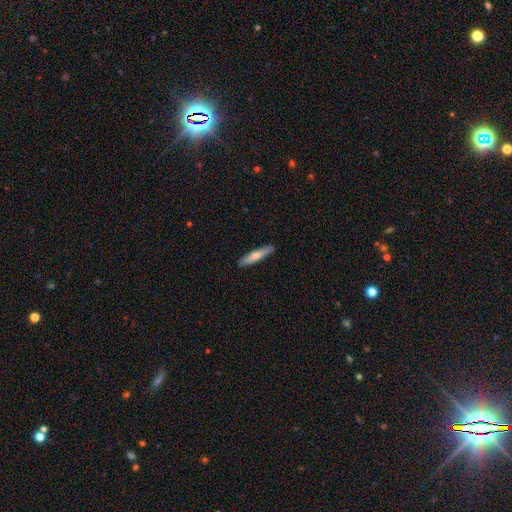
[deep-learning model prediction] smooth-or-featured: smooth: 65% | featured or disk: 30% | star or artifact: 5%
  how-rounded: cigar-shaped: 89% | in between: 9% | round: 1%
  merging: none: 90% | minor disturbance: 8% | major disturbance: 1% | merger: 1%